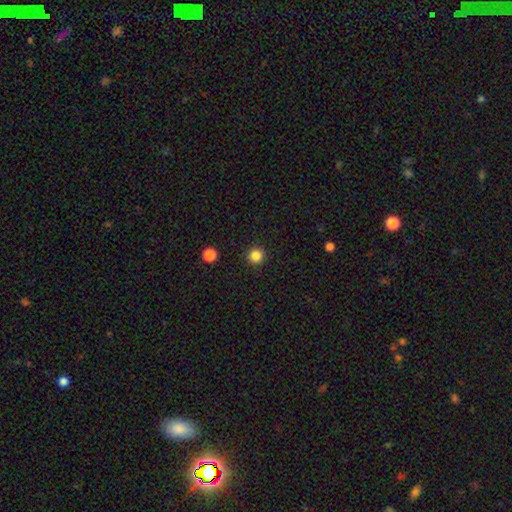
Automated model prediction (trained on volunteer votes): A smooth galaxy with no disk features (84%) that is round (96%).

Vote fractions:
- Smooth or featured? smooth: 84% / star or artifact: 12% / featured or disk: 4%
- How rounded? round: 96% / in between: 3% / cigar-shaped: 1%
- Merging? none: 93% / minor disturbance: 4% / major disturbance: 2% / merger: 1%